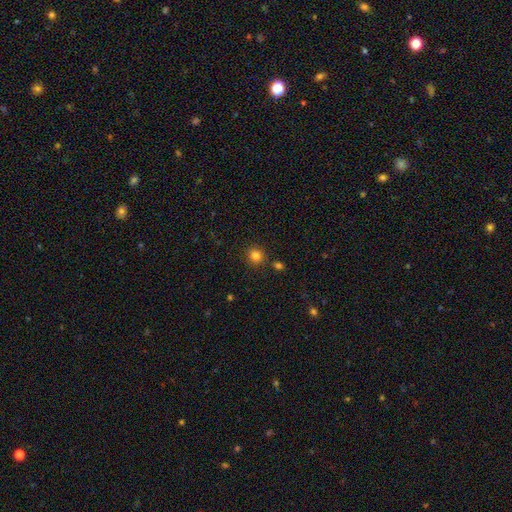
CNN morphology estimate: Smooth or featured? smooth (82%)
How rounded? round (90%)
Merging? none (85%)